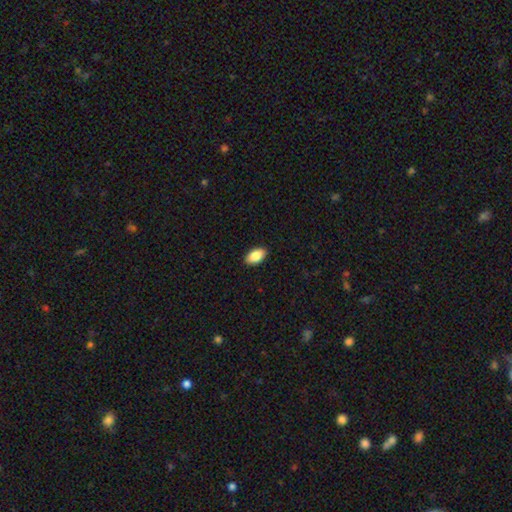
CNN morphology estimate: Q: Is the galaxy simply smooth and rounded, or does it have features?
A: smooth — 86%.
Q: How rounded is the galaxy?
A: in between — 94%.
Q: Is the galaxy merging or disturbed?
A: none — 91%.